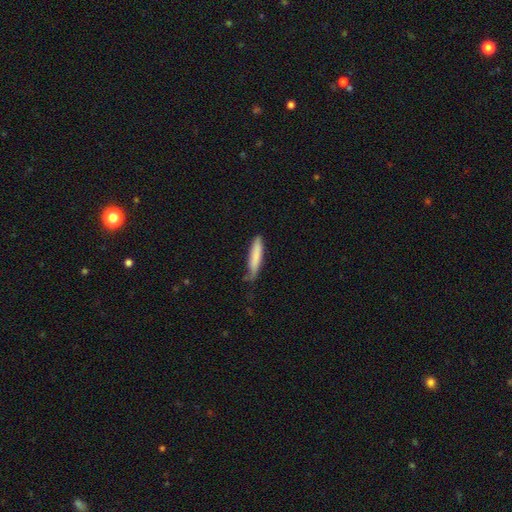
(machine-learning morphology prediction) The model was most divided on "merging": none: 63%, minor disturbance: 29%, major disturbance: 5%, merger: 2%. More confident: how rounded — cigar-shaped (87%); smooth or featured — smooth (80%).